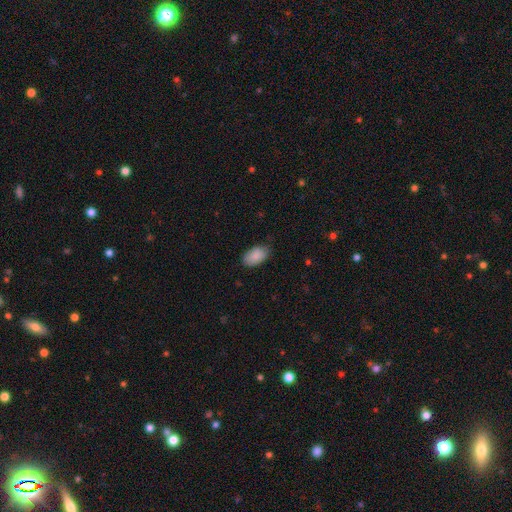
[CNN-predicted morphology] Smooth or featured?
  - smooth: 88% *
  - star or artifact: 6%
  - featured or disk: 5%
How rounded?
  - in between: 94% *
  - round: 5%
  - cigar-shaped: 1%
Merging?
  - none: 80% *
  - minor disturbance: 16%
  - major disturbance: 3%
  - merger: 1%